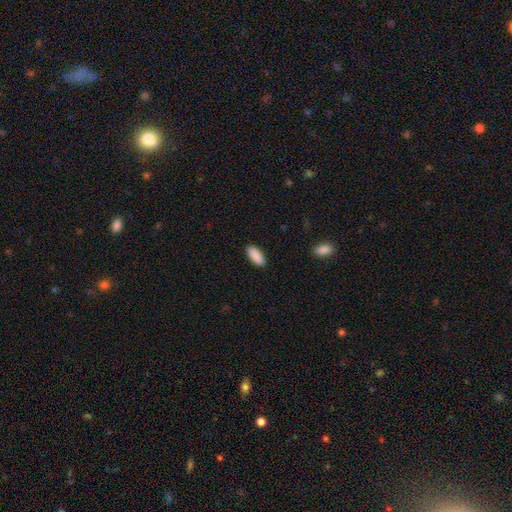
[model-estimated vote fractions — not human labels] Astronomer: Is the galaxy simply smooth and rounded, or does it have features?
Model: smooth — 91%.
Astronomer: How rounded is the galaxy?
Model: in between — 84%.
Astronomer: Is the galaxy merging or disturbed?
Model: none — 89%.